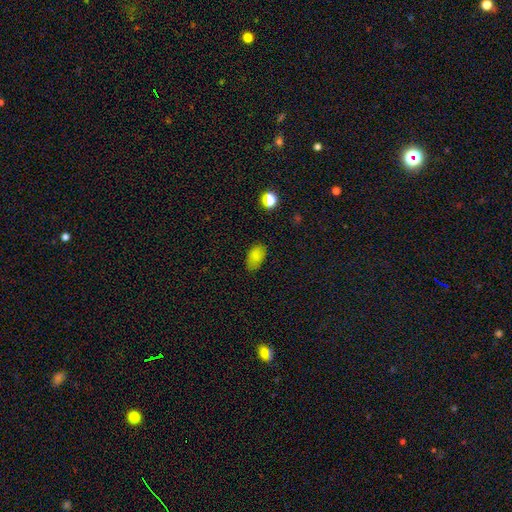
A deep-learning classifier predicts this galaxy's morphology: Q: Smooth or featured?
A: smooth (82%); runner-up: star or artifact (12%)
Q: How rounded?
A: in between (92%); runner-up: round (7%)
Q: Merging?
A: none (81%); runner-up: minor disturbance (15%)